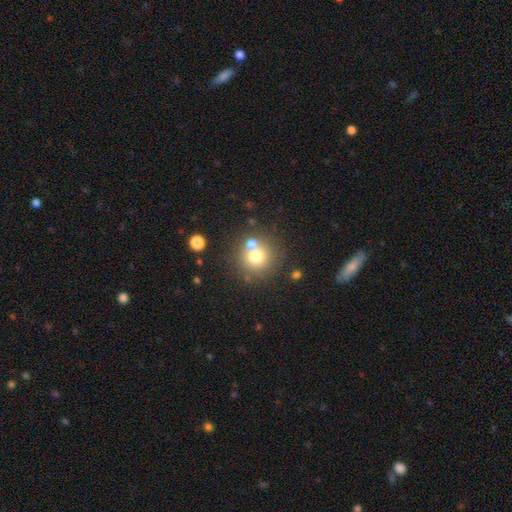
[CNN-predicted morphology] smooth 71%, featured or disk 15%, star or artifact 14%. Down the decision tree: how rounded — round (92%); merging — none (66%).